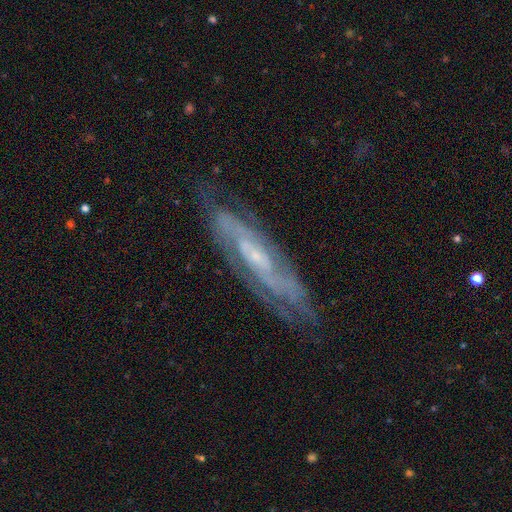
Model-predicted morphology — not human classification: A featured or disk galaxy (83%) with no bar (44%), 2 (43%) tight (48%) spiral arms (94%) and a small central bulge (71%). Merging: none (76%).